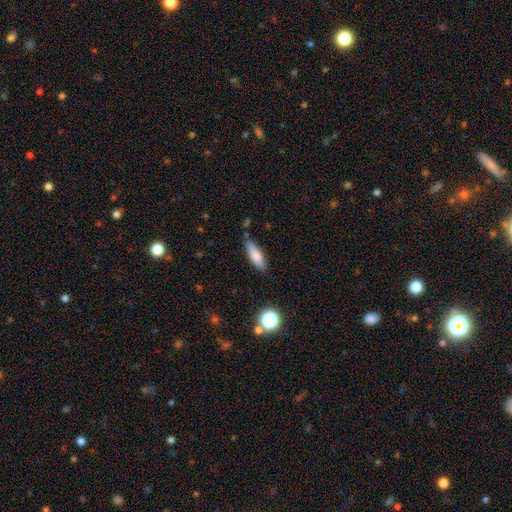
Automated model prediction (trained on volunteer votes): smooth 80%, featured or disk 12%, star or artifact 8%. Down the decision tree: how rounded — cigar-shaped (52%); merging — none (74%).